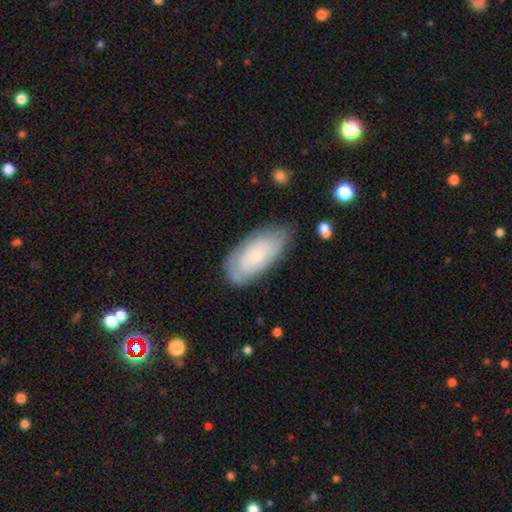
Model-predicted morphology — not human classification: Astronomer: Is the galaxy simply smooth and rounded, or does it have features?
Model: smooth — 55% (runner-up: featured or disk, 38%).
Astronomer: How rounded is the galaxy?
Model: in between — 91%.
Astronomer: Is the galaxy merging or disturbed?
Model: none — 70%.